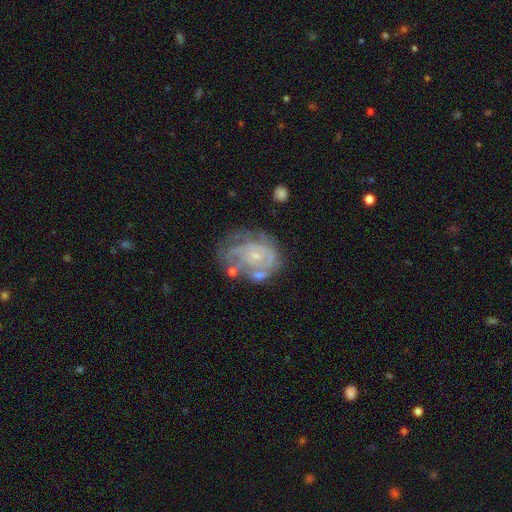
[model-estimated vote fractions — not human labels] This is likely a featured or disk galaxy (77%). It is clearly not viewed edge-on (98%). Bar: likely no (76%). Spiral arm pattern: clearly yes (82%). Spiral arm count: possibly can't tell (45%). Spiral winding: likely tight (61%). Central bulge: likely small (74%). Merging: possibly none (50%).